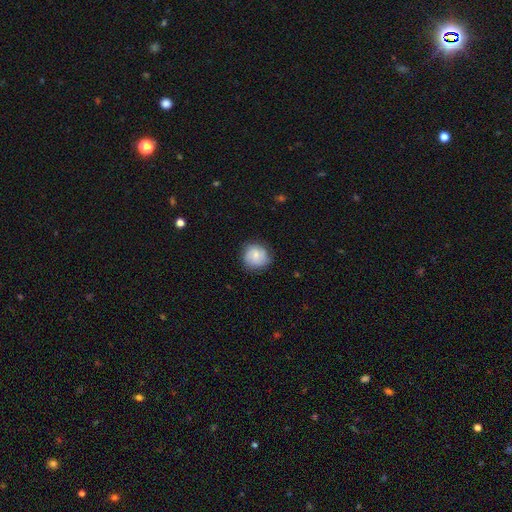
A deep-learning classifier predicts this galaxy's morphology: smooth-or-featured: smooth: 57% | featured or disk: 36% | star or artifact: 7%
  how-rounded: round: 87% | in between: 12% | cigar-shaped: 1%
  merging: none: 78% | minor disturbance: 17% | major disturbance: 4% | merger: 1%